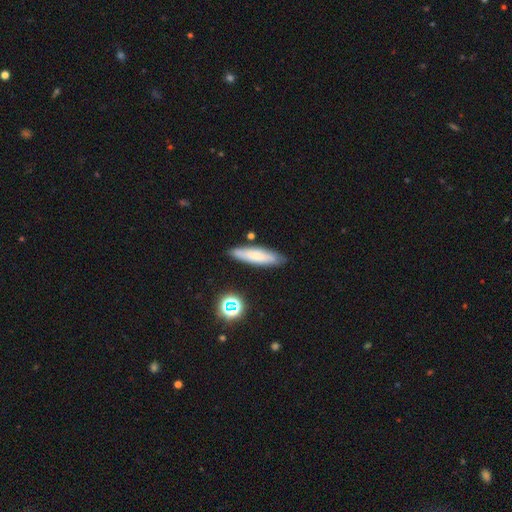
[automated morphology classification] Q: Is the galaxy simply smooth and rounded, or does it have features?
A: smooth — 69%.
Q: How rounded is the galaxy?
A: cigar-shaped — 73%.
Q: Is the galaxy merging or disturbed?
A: none — 82%.